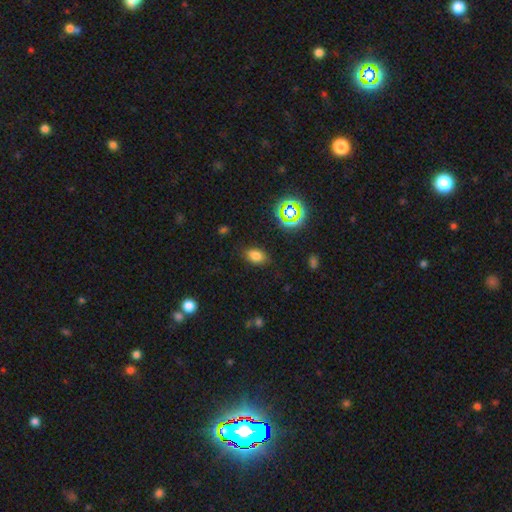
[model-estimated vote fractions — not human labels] Smooth or featured? smooth (73%)
How rounded? in between (85%)
Merging? none (82%)